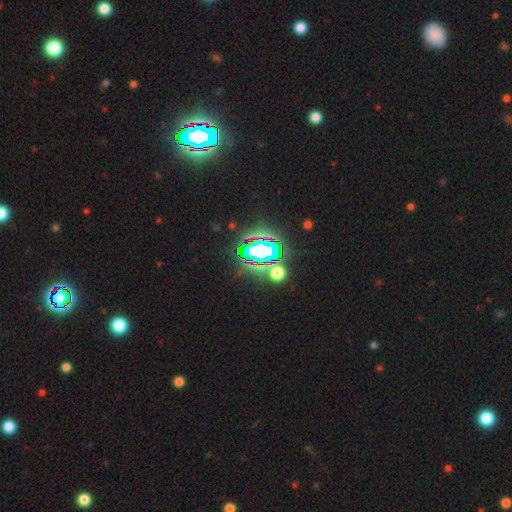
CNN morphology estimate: smooth-or-featured: star or artifact: 75% | smooth: 14% | featured or disk: 11%